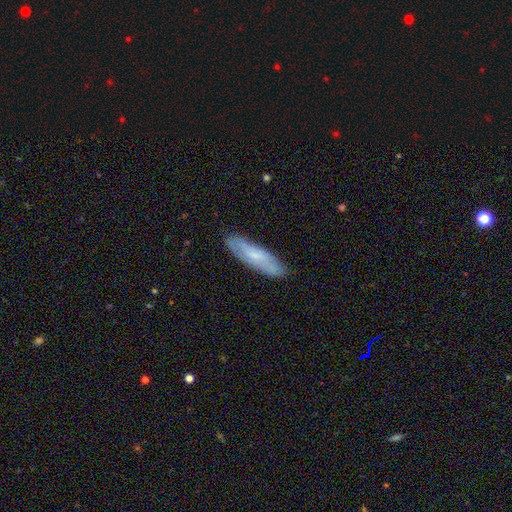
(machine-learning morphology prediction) smooth_or_featured: smooth (p=0.53) [alt: featured or disk p=0.40]
how_rounded: cigar-shaped (p=0.65) [alt: in between p=0.33]
merging: none (p=0.85) [alt: minor disturbance p=0.12]